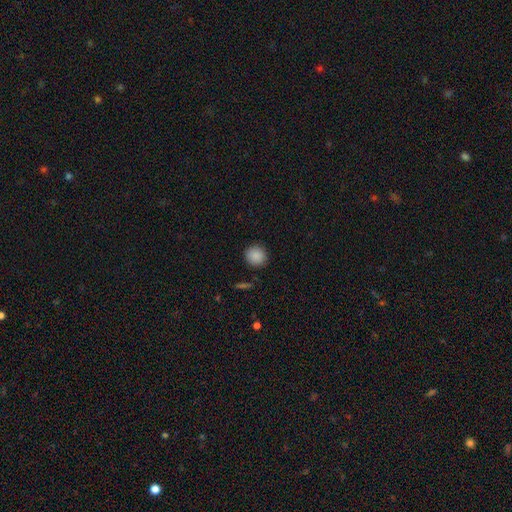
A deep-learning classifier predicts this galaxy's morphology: Smooth or featured: smooth — 87% (star or artifact — 9%)
How rounded: round — 89% (in between — 10%)
Merging: none — 90% (minor disturbance — 7%)